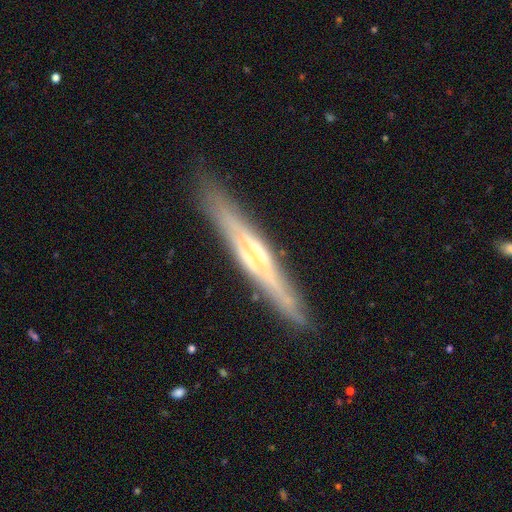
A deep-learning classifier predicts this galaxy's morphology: A featured or disk galaxy (79%) viewed edge-on (96%) with a rounded central bulge (53%).

Vote fractions:
- Smooth or featured? featured or disk: 79% / smooth: 14% / star or artifact: 6%
- Edge-on disk? yes: 96% / no: 4%
- Edge-on bulge? rounded: 53% / none: 24% / boxy: 23%
- Merging? none: 88% / minor disturbance: 9% / major disturbance: 2% / merger: 1%